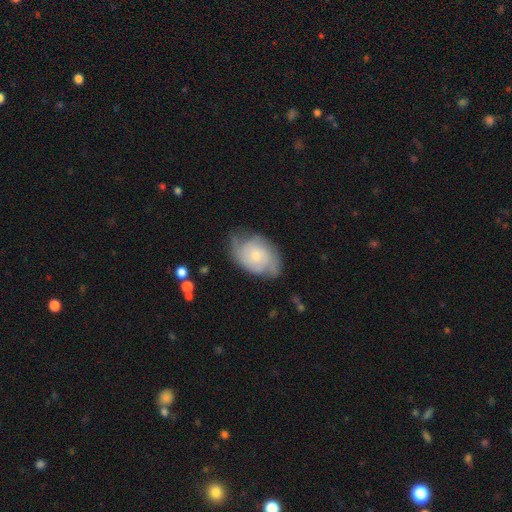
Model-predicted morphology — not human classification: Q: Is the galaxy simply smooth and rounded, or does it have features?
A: featured or disk — 68%.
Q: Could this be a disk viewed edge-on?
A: no — 97%.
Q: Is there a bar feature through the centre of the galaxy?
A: no — 74%.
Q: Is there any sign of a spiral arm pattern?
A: yes — 90%.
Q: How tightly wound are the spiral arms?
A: tight — 47%.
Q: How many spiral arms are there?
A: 2 — 48%.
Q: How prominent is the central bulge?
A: small — 64%.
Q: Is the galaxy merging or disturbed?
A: none — 62%.